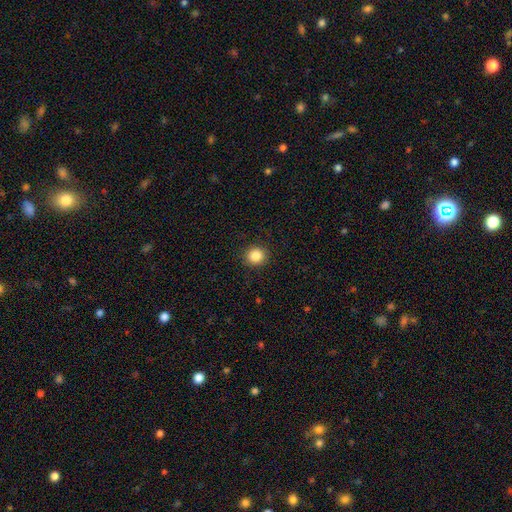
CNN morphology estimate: Smooth or featured: smooth — 86% (star or artifact — 10%)
How rounded: round — 88% (in between — 11%)
Merging: none — 91% (minor disturbance — 6%)